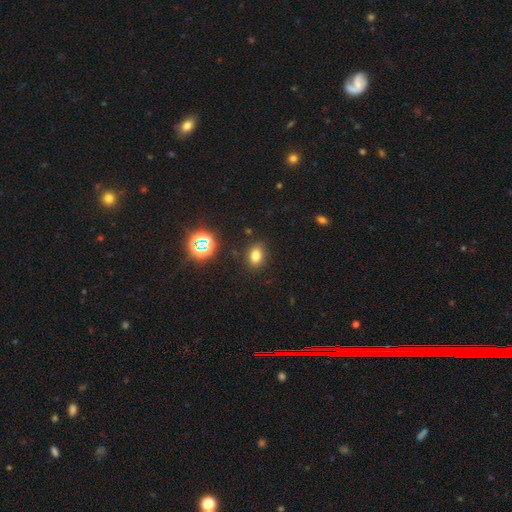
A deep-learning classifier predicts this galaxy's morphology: smooth_or_featured: smooth (p=0.76) [alt: star or artifact p=0.17]
how_rounded: in between (p=0.68) [alt: round p=0.30]
merging: none (p=0.87) [alt: minor disturbance p=0.09]